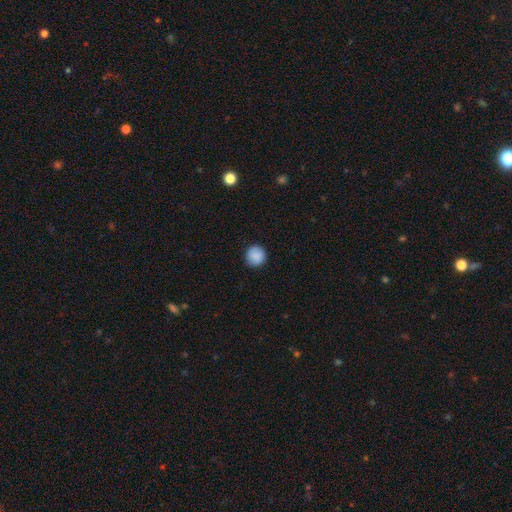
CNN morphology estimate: This is clearly a smooth galaxy (89%). How rounded: clearly round (94%). Merging: clearly none (91%).